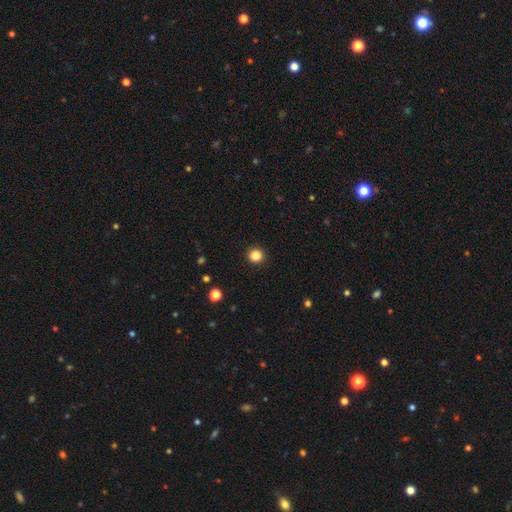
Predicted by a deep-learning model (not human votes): The model was most divided on "smooth or featured": smooth: 86%, star or artifact: 11%, featured or disk: 3%. More confident: how rounded — round (94%); merging — none (93%).